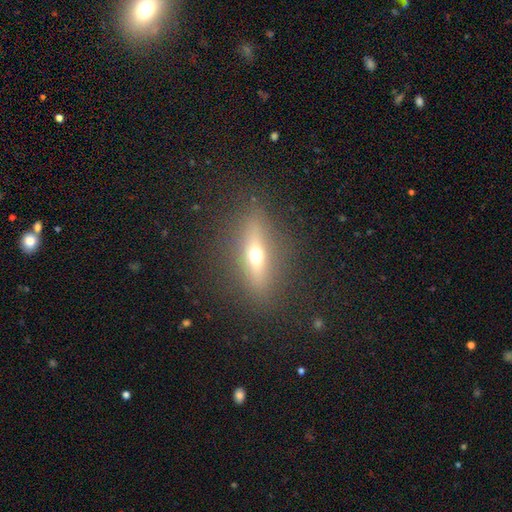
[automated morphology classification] Q: Smooth or featured?
A: smooth (44%); runner-up: featured or disk (42%)
Q: Merging?
A: none (85%); runner-up: minor disturbance (9%)